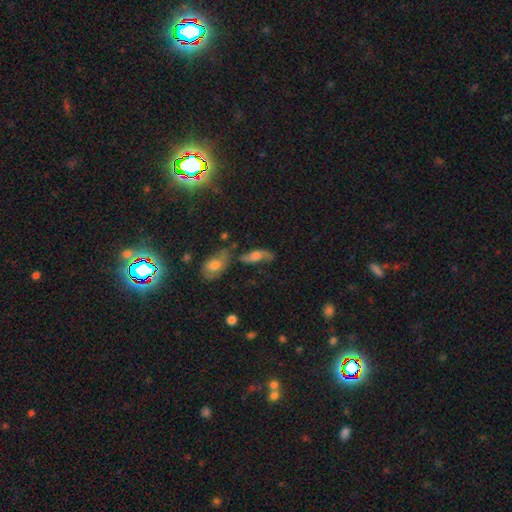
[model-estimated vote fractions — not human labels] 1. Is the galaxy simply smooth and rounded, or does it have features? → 47% featured or disk, 42% smooth, 11% star or artifact.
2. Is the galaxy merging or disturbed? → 48% none, 23% minor disturbance, 15% merger, 14% major disturbance.